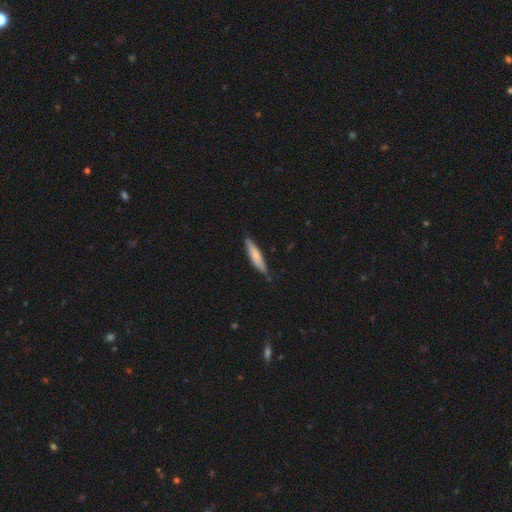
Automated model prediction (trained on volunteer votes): smooth_or_featured: smooth (p=0.70) [alt: featured or disk p=0.24]
how_rounded: cigar-shaped (p=0.84) [alt: in between p=0.14]
merging: none (p=0.80) [alt: minor disturbance p=0.16]